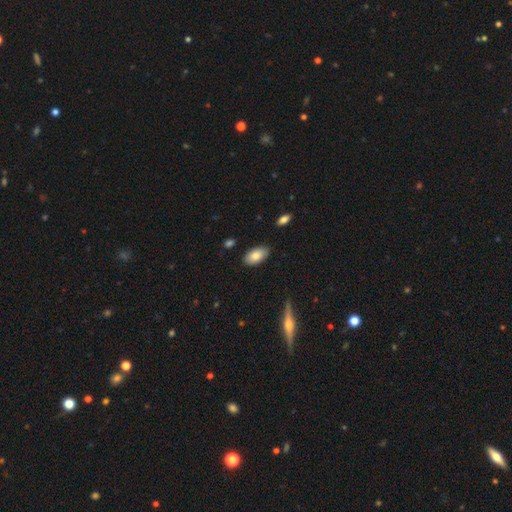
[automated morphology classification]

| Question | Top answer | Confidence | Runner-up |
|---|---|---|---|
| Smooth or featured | smooth | 82% | featured or disk (11%) |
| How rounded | in between | 94% | cigar-shaped (3%) |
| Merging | none | 85% | minor disturbance (11%) |